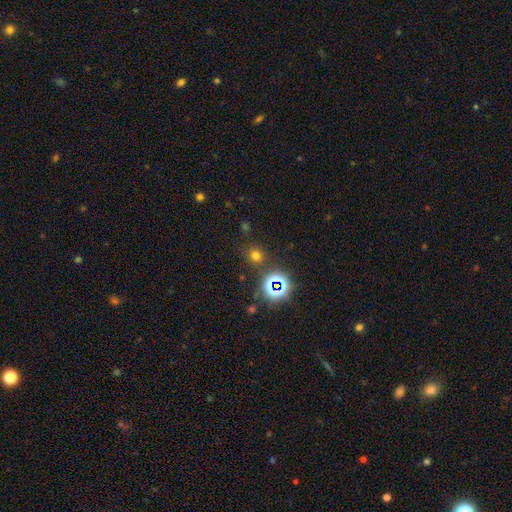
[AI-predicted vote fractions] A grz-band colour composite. It shows a smooth galaxy with no disk features (63%) that is round (90%). Merging: none (84%).